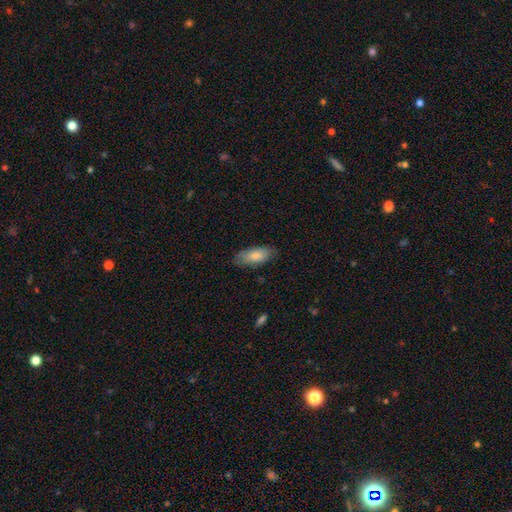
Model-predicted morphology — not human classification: type=smooth (82%); roundness=in between (85%); merging=none (78%).